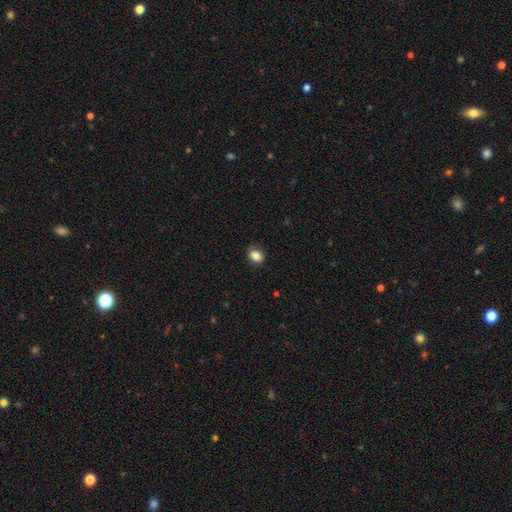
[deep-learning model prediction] Morphology: type=smooth (84%); roundness=round (55%); merging=none (85%).